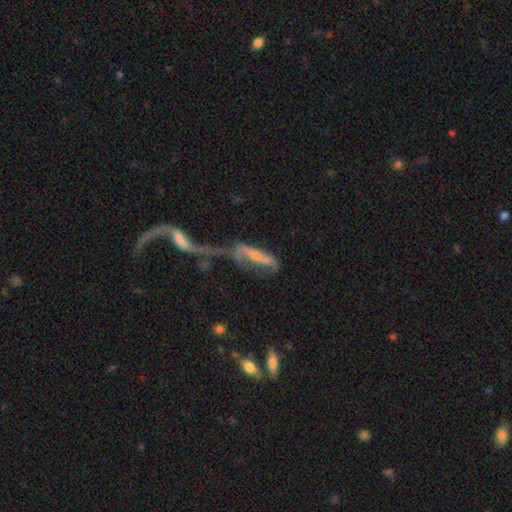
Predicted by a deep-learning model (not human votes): Q: Smooth or featured?
A: featured or disk (65%); runner-up: smooth (25%)
Q: Edge-on disk?
A: no (77%); runner-up: yes (23%)
Q: Merging?
A: merger (63%); runner-up: major disturbance (19%)